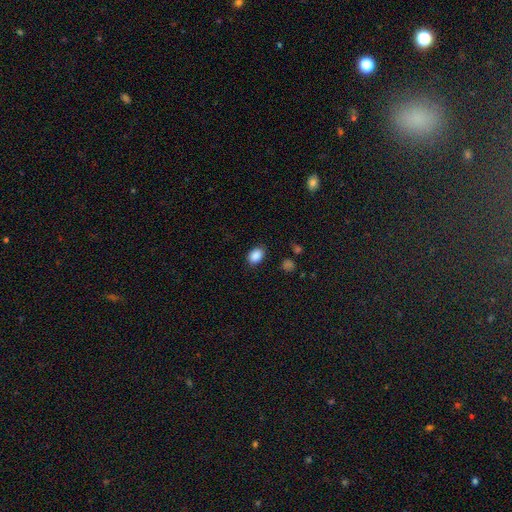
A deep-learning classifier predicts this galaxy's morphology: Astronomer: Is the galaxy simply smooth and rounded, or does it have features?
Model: smooth — 88%.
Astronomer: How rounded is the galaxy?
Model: in between — 77%.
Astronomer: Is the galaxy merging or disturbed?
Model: none — 85%.